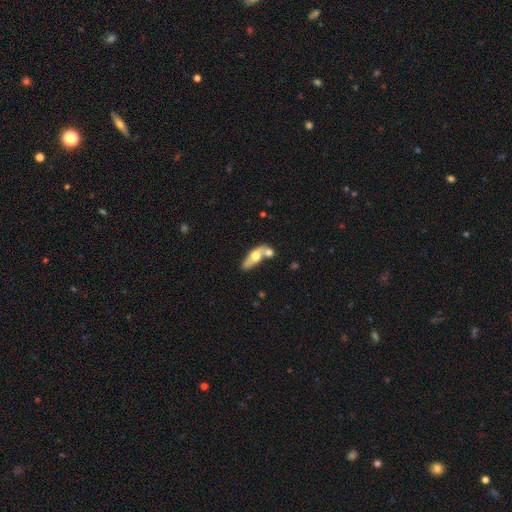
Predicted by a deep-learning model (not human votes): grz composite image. It shows a smooth galaxy with no disk features (55%) that is in between round and cigar-shaped (68%). Merging: merger (48%).